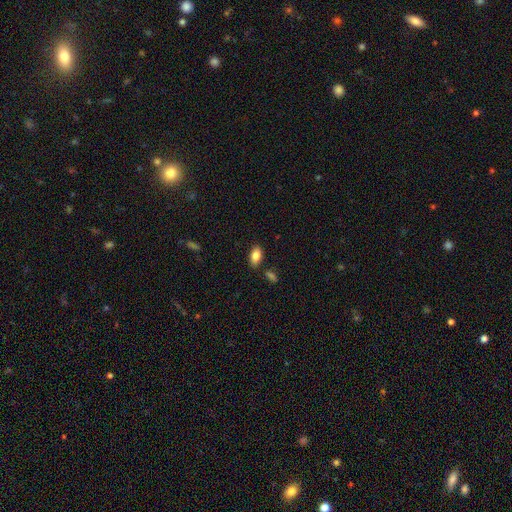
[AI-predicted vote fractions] Smooth or featured: smooth — 83% (featured or disk — 9%)
How rounded: in between — 92% (round — 5%)
Merging: none — 83% (minor disturbance — 11%)